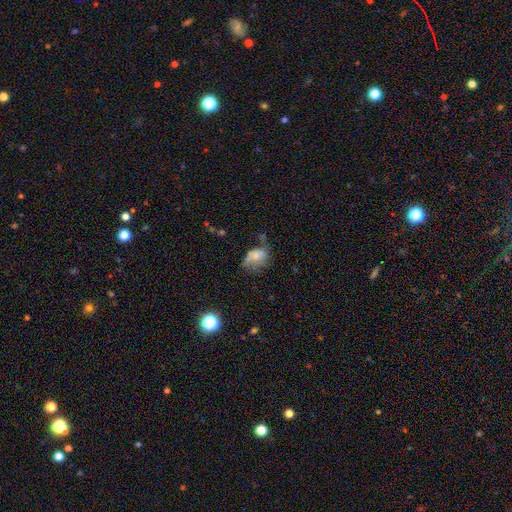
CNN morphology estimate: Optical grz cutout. It shows a smooth galaxy with no disk features (57%) that is in between round and cigar-shaped (79%). Merging: major disturbance (36%).